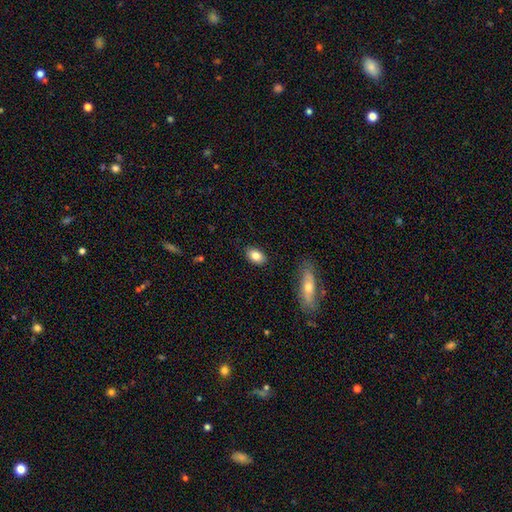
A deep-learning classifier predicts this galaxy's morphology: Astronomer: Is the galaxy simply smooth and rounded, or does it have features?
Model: smooth — 81%.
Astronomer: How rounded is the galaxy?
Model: in between — 85%.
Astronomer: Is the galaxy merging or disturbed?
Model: none — 87%.